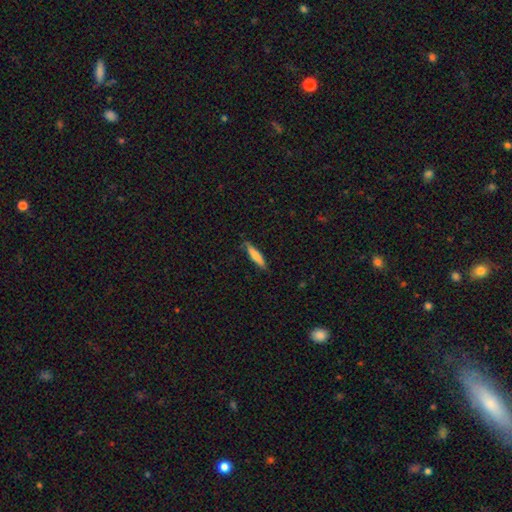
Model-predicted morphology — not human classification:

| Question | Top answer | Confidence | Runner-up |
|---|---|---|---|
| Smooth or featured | smooth | 74% | featured or disk (20%) |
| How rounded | cigar-shaped | 84% | in between (14%) |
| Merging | none | 81% | minor disturbance (15%) |